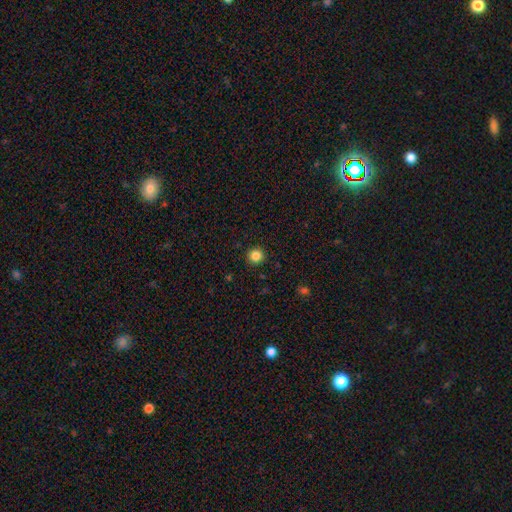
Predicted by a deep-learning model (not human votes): This is clearly a smooth galaxy (85%). How rounded: clearly round (94%). Merging: clearly none (92%).